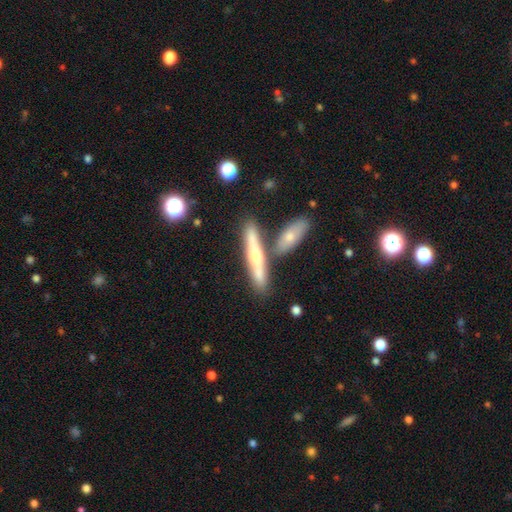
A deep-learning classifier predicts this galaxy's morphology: This is possibly a featured or disk galaxy (54%). It is clearly viewed edge-on (89%). Merging: likely none (65%).